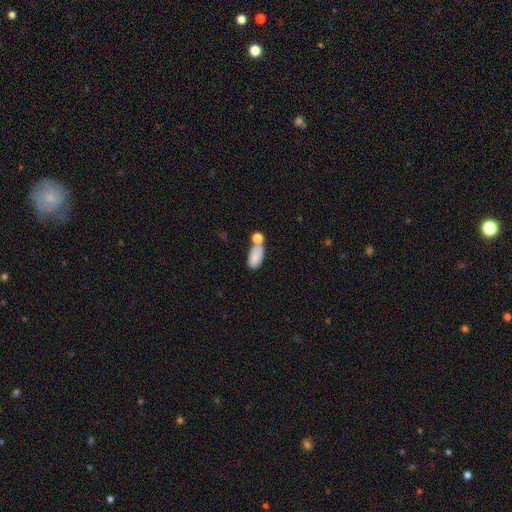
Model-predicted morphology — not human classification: Smooth or featured: smooth — 80% (featured or disk — 12%)
How rounded: in between — 90% (cigar-shaped — 5%)
Merging: none — 45% (merger — 32%)